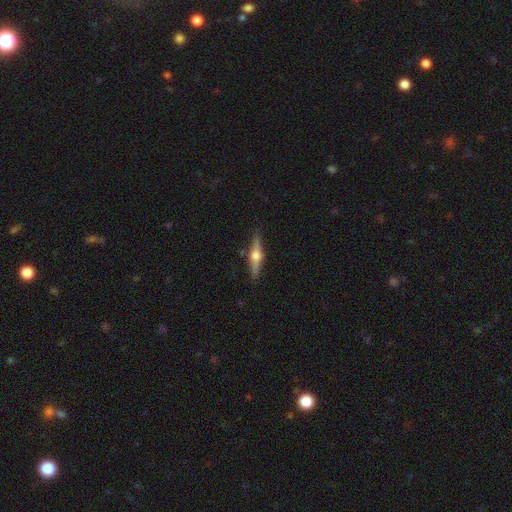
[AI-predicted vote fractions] Smooth or featured?
  - featured or disk: 69% *
  - smooth: 25%
  - star or artifact: 6%
Edge-on disk?
  - yes: 97% *
  - no: 3%
Edge-on bulge?
  - rounded: 95% *
  - boxy: 4%
  - none: 2%
Merging?
  - none: 87% *
  - minor disturbance: 10%
  - major disturbance: 2%
  - merger: 2%